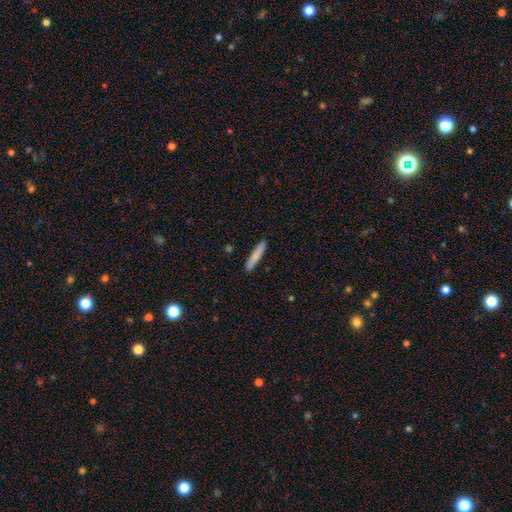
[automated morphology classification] A smooth galaxy with no disk features (78%) that is cigar-shaped (93%).

Vote fractions:
- Smooth or featured? smooth: 78% / featured or disk: 17% / star or artifact: 6%
- How rounded? cigar-shaped: 93% / in between: 6% / round: 1%
- Merging? none: 89% / minor disturbance: 8% / major disturbance: 2% / merger: 1%